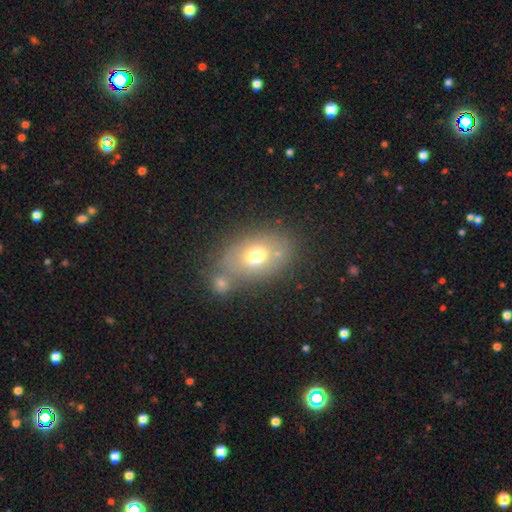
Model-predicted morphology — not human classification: Smooth or featured? smooth (67%)
How rounded? in between (72%)
Merging? none (54%)